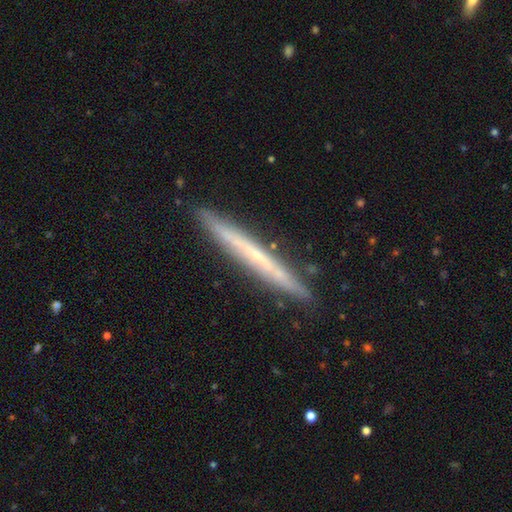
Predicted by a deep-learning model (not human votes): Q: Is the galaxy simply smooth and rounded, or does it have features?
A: featured or disk — 63%.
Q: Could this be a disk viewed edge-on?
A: yes — 95%.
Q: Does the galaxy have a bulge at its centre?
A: none — 75%.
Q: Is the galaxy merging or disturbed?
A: none — 89%.